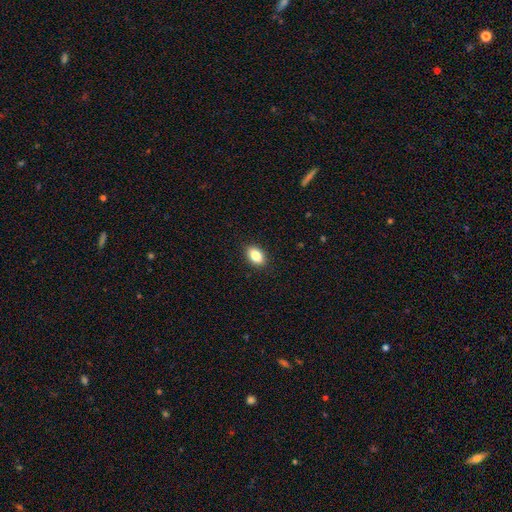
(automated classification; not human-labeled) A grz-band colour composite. It shows a smooth galaxy with no disk features (84%) that is in between round and cigar-shaped (86%). Merging: none (89%).